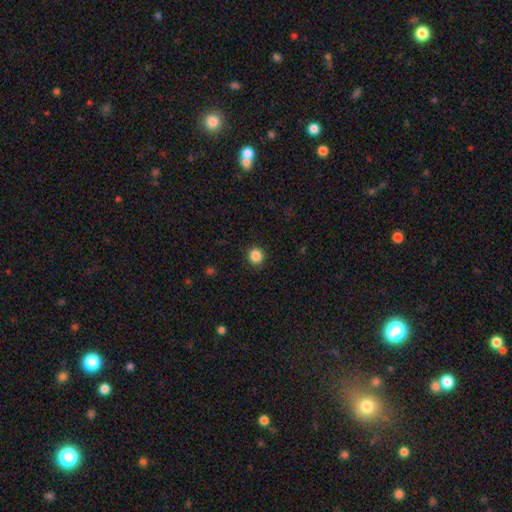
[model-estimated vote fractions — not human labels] Overall: smooth (87%). How rounded: round (91%). Merging: none (91%).